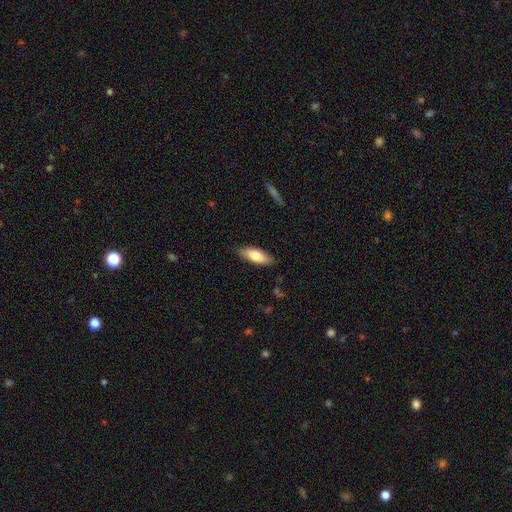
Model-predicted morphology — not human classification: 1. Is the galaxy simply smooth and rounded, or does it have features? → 75% smooth, 19% featured or disk, 6% star or artifact.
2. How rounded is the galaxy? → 71% in between, 27% cigar-shaped, 2% round.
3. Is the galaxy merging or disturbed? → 84% none, 12% minor disturbance, 2% major disturbance, 1% merger.